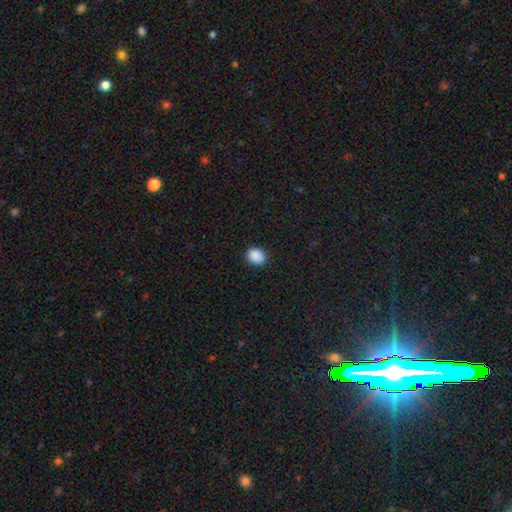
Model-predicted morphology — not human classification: Overall: smooth (89%). How rounded: round (55%; in between 45%). Merging: none (89%).